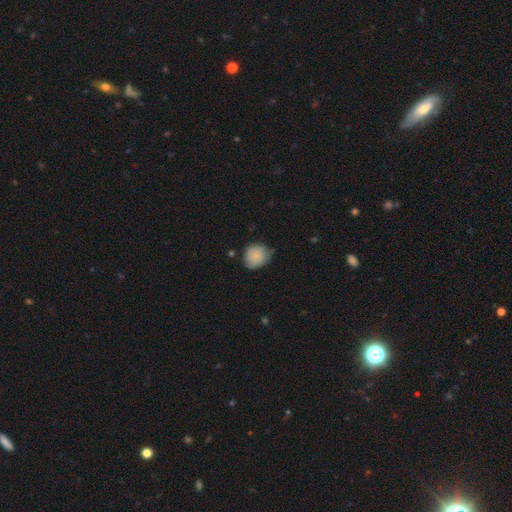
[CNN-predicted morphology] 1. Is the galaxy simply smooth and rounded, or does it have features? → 84% smooth, 8% featured or disk, 7% star or artifact.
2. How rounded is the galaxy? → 75% round, 25% in between, 1% cigar-shaped.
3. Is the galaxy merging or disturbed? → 62% none, 31% minor disturbance, 5% major disturbance, 2% merger.